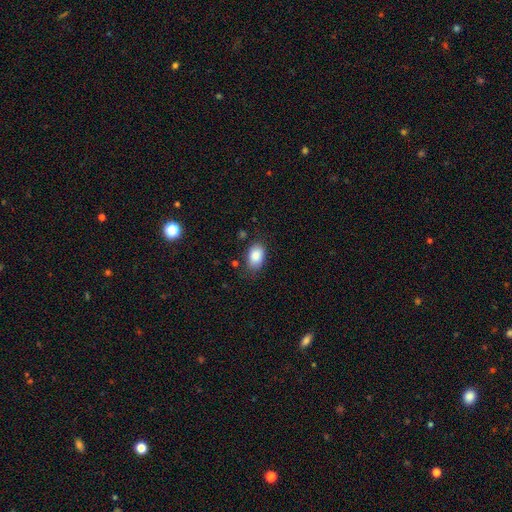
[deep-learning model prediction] A smooth galaxy with no disk features (86%) that is in between round and cigar-shaped (88%).

Vote fractions:
- Smooth or featured? smooth: 86% / star or artifact: 8% / featured or disk: 6%
- How rounded? in between: 88% / round: 11% / cigar-shaped: 1%
- Merging? none: 75% / minor disturbance: 18% / major disturbance: 4% / merger: 2%